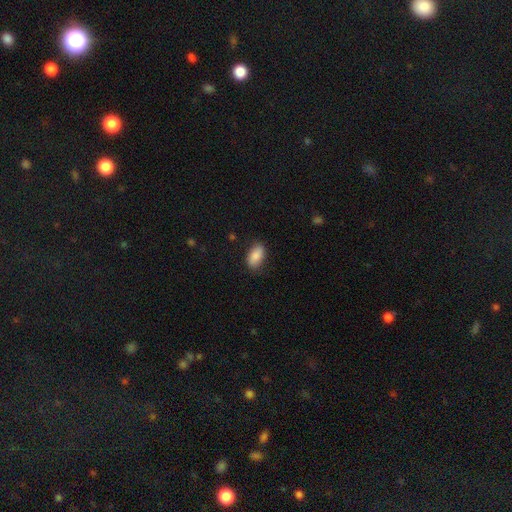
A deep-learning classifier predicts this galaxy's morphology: The model was most divided on "merging": none: 81%, minor disturbance: 14%, major disturbance: 3%, merger: 1%. More confident: how rounded — in between (92%); smooth or featured — smooth (86%).